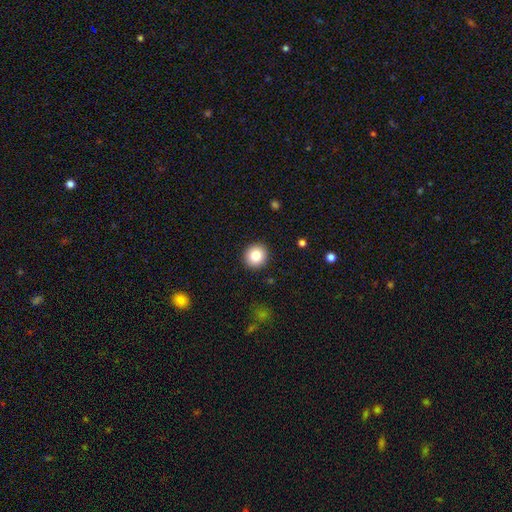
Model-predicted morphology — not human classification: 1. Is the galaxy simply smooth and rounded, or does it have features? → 85% smooth, 9% star or artifact, 6% featured or disk.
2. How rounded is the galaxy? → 92% round, 7% in between, 1% cigar-shaped.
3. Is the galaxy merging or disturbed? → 92% none, 5% minor disturbance, 2% major disturbance, 1% merger.